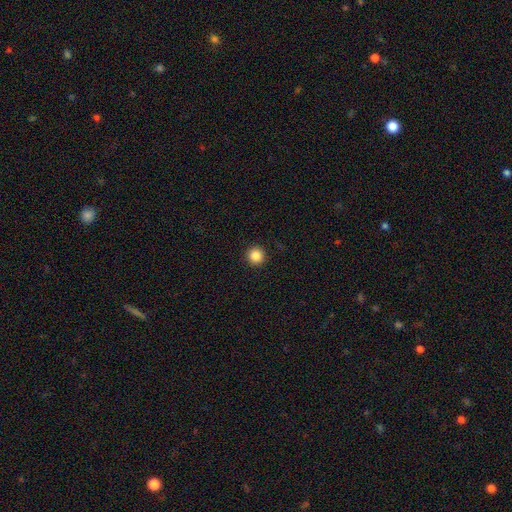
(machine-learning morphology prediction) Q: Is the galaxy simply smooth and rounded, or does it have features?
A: smooth — 86%.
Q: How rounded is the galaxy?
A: round — 95%.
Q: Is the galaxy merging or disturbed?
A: none — 93%.